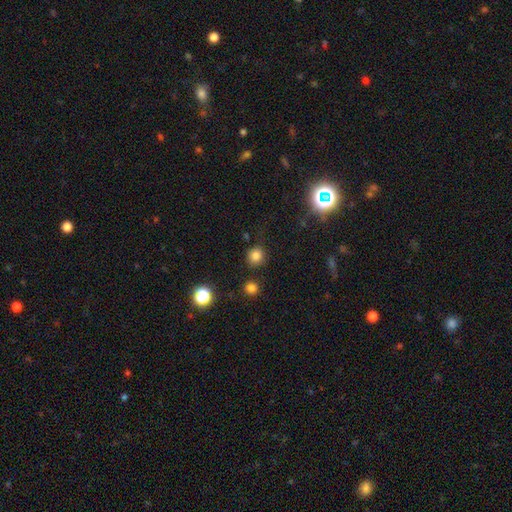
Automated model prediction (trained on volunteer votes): Smooth or featured?
  - smooth: 79% *
  - star or artifact: 15%
  - featured or disk: 6%
How rounded?
  - round: 89% *
  - in between: 10%
  - cigar-shaped: 1%
Merging?
  - none: 83% *
  - minor disturbance: 10%
  - merger: 4%
  - major disturbance: 3%